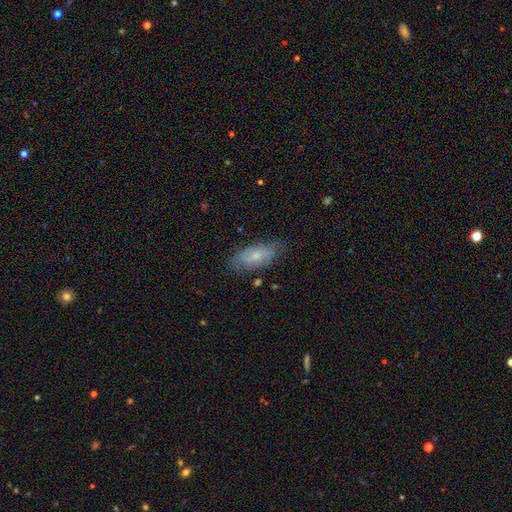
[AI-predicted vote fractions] smooth_or_featured: smooth (p=0.54) [alt: featured or disk p=0.39]
how_rounded: in between (p=0.83) [alt: cigar-shaped p=0.14]
merging: none (p=0.73) [alt: minor disturbance p=0.21]